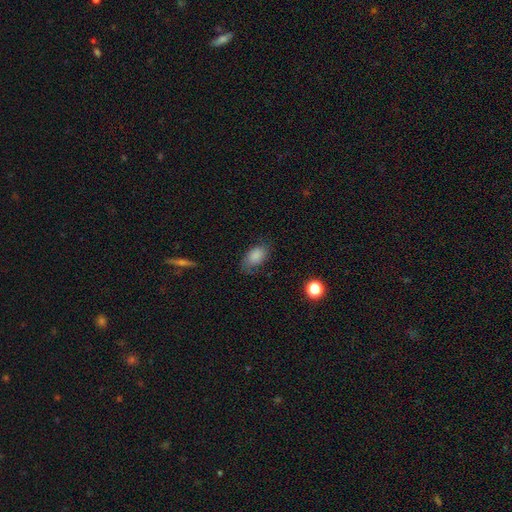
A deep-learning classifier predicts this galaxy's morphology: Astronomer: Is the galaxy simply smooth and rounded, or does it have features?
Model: smooth — 81%.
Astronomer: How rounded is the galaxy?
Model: in between — 90%.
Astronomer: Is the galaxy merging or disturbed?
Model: none — 71%.